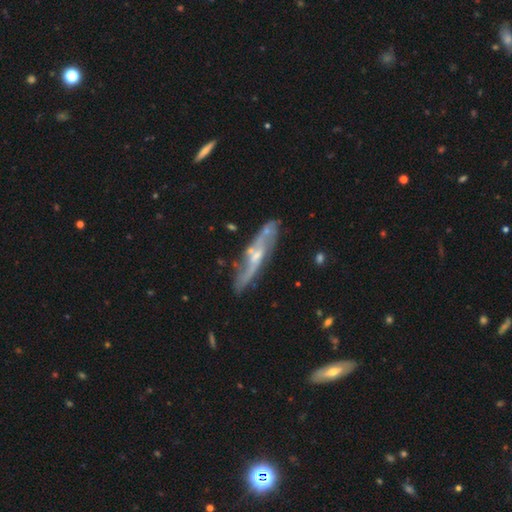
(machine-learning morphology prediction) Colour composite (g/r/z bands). It shows a featured or disk galaxy (75%) with not edge-on (50%, tied with yes). Merging: none (63%).